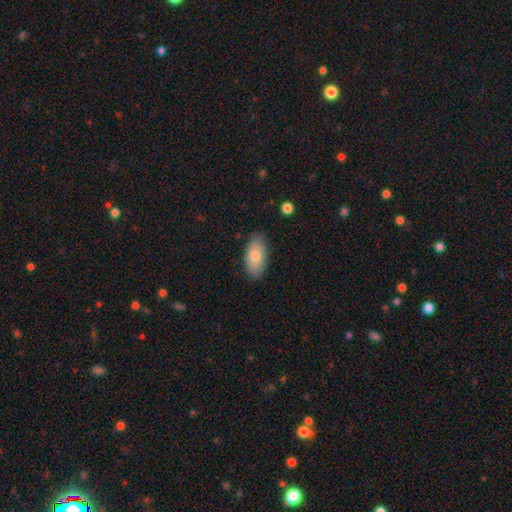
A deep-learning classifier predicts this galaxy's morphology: Q: Smooth or featured?
A: smooth (79%); runner-up: featured or disk (15%)
Q: How rounded?
A: in between (91%); runner-up: cigar-shaped (6%)
Q: Merging?
A: none (84%); runner-up: minor disturbance (13%)